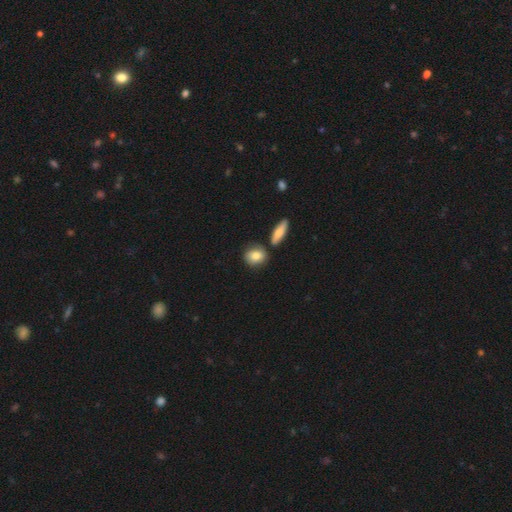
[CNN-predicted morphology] This appears to be a smooth galaxy with no disk features (80%) that is round (50%). Merging: none (69%).